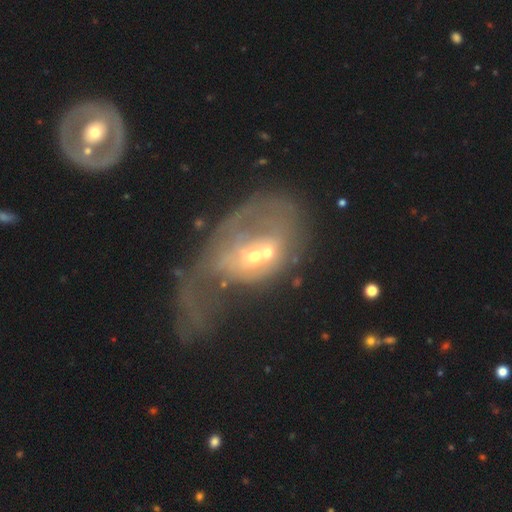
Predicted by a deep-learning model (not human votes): Smooth or featured? featured or disk (60%)
Edge-on disk? no (95%)
Bar? no (75%)
Spiral arms? no (66%)
Bulge size? small (48%)
Merging? merger (48%)